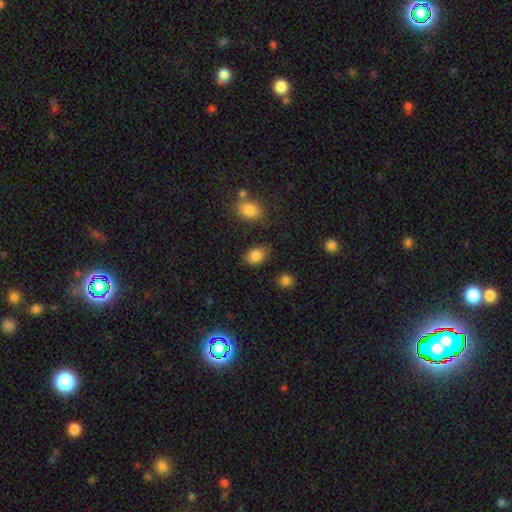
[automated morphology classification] type=smooth (85%); roundness=in between (76%); merging=none (76%).